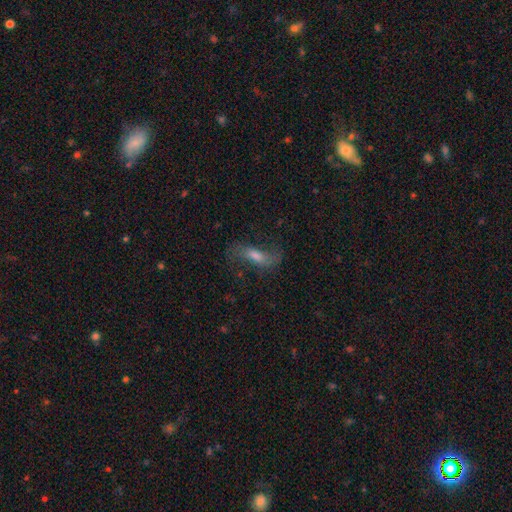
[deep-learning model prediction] Smooth or featured? Predicted: featured or disk (p=0.58). Edge-on disk? Predicted: no (p=0.82). Merging? Predicted: none (p=0.66).